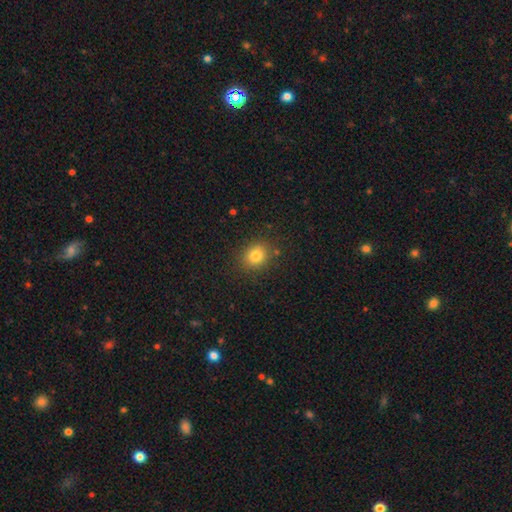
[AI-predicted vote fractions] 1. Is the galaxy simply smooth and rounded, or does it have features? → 80% smooth, 13% star or artifact, 7% featured or disk.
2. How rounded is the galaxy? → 74% round, 25% in between, 1% cigar-shaped.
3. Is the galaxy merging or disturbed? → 86% none, 9% minor disturbance, 3% major disturbance, 2% merger.